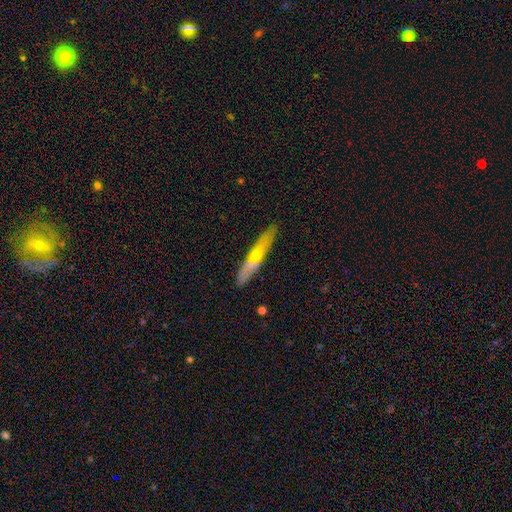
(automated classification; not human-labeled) Morphology: type=smooth (52%); roundness=cigar-shaped (89%); merging=none (77%).